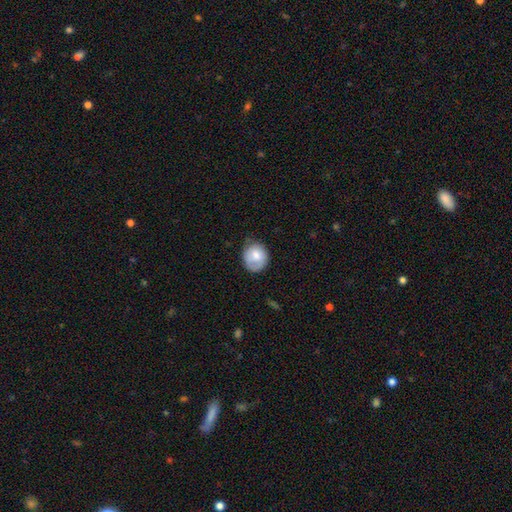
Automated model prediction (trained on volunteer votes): Q: Smooth or featured?
A: smooth (72%); runner-up: featured or disk (21%)
Q: How rounded?
A: round (69%); runner-up: in between (30%)
Q: Merging?
A: none (60%); runner-up: minor disturbance (30%)